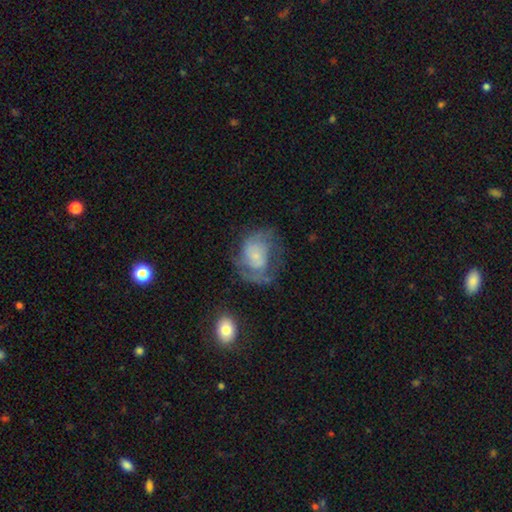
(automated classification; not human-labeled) smooth_or_featured: featured or disk (p=0.65) [alt: smooth p=0.27]
disk_edge_on: no (p=0.98) [alt: yes p=0.02]
bar: no (p=0.70) [alt: weak p=0.25]
has_spiral_arms: yes (p=0.80) [alt: no p=0.20]
spiral_winding: medium (p=0.42) [alt: tight p=0.37]
spiral_arm_count: 2 (p=0.44) [alt: can't tell p=0.30]
bulge_size: small (p=0.61) [alt: moderate p=0.18]
merging: none (p=0.45) [alt: major disturbance p=0.30]